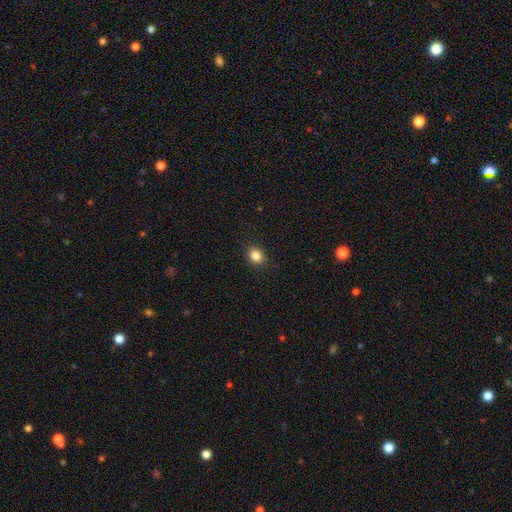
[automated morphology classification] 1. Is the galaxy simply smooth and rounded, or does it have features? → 85% smooth, 11% star or artifact, 5% featured or disk.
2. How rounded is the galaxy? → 56% round, 43% in between, 1% cigar-shaped.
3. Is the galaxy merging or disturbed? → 90% none, 7% minor disturbance, 2% major disturbance, 1% merger.